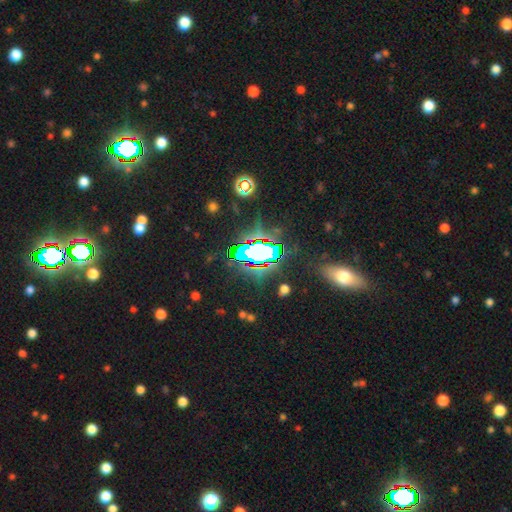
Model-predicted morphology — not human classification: Smooth or featured? star or artifact (71%)